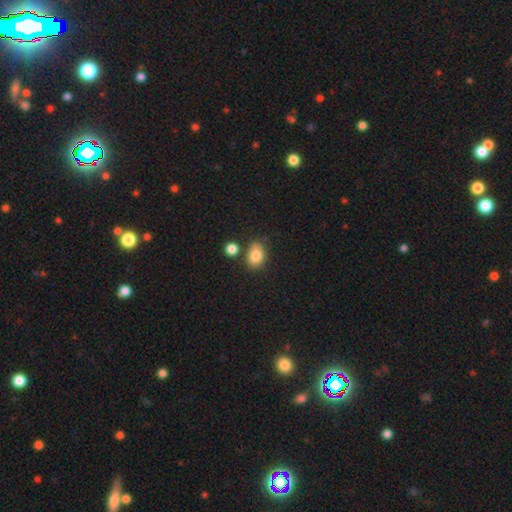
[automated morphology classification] A smooth galaxy with no disk features (83%) that is in between round and cigar-shaped (68%).

Vote fractions:
- Smooth or featured? smooth: 83% / star or artifact: 9% / featured or disk: 8%
- How rounded? in between: 68% / round: 31% / cigar-shaped: 1%
- Merging? none: 66% / minor disturbance: 16% / merger: 14% / major disturbance: 4%